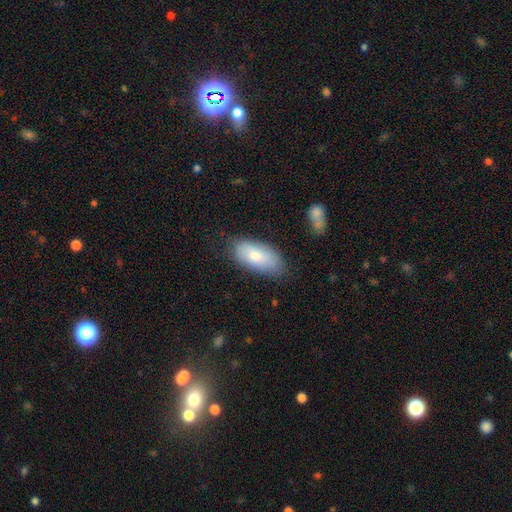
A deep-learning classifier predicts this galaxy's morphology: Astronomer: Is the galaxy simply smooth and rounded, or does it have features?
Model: smooth — 76%.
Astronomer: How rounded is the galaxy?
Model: in between — 92%.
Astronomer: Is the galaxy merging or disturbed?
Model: none — 73%.